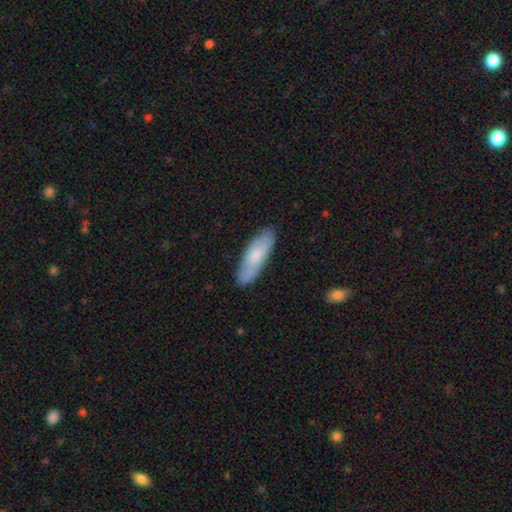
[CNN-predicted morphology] type=smooth (68%); roundness=in between (50%); merging=none (81%).